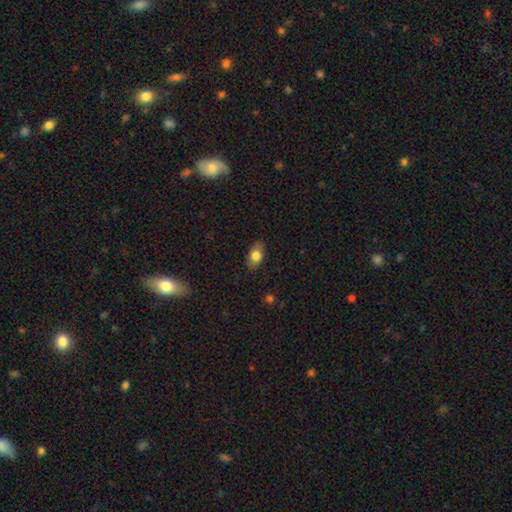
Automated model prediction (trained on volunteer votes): A smooth galaxy with no disk features (80%) that is in between round and cigar-shaped (85%). Merging: none (83%).